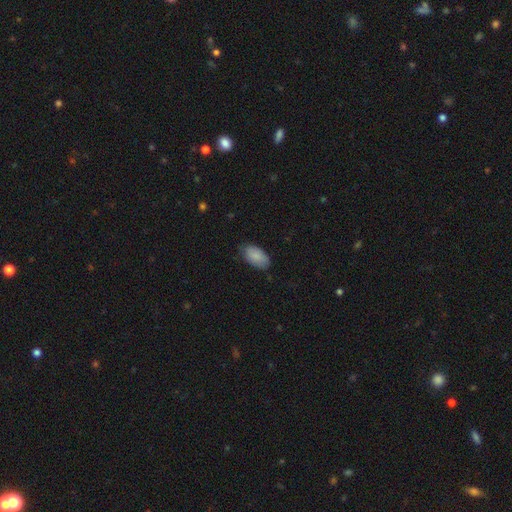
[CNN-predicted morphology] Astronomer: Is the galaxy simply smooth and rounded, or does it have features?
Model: smooth — 88%.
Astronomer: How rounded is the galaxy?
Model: in between — 95%.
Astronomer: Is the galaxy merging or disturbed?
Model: none — 76%.